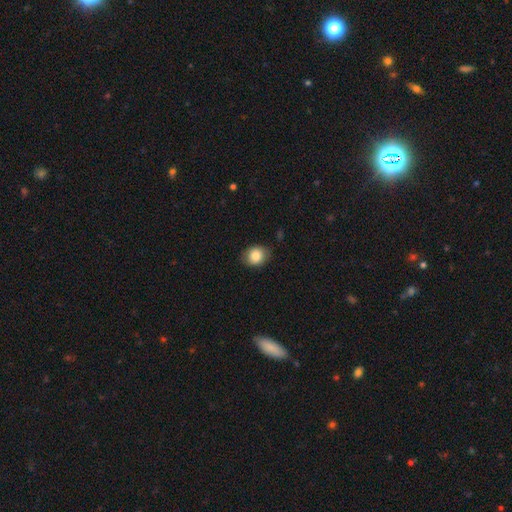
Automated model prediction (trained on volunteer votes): A smooth galaxy with no disk features (84%) that is round (60%). Merging: none (81%).